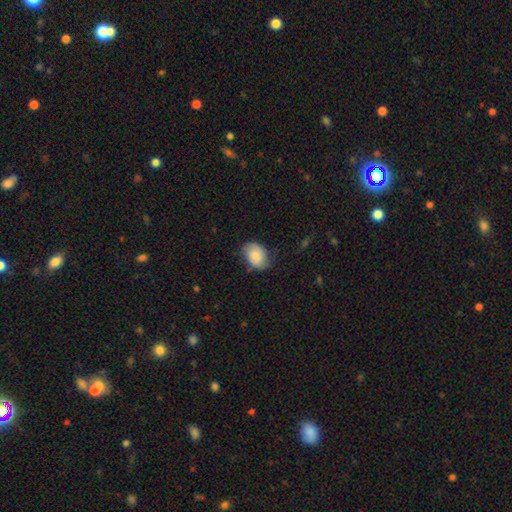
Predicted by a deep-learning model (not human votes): A smooth galaxy with no disk features (69%) that is in between round and cigar-shaped (76%). Merging: none (64%).